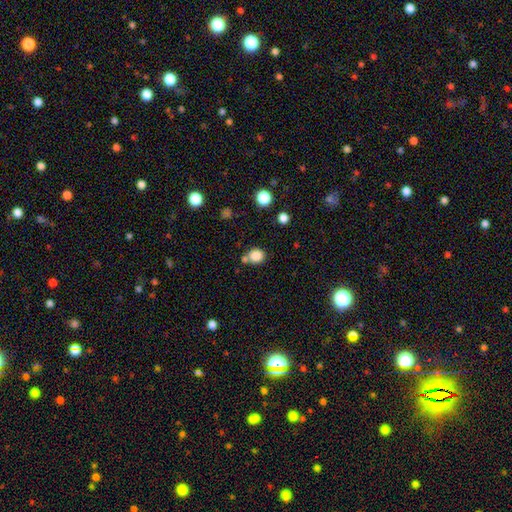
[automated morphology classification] smooth 84%, star or artifact 11%, featured or disk 5%. Down the decision tree: how rounded — round (81%); merging — none (65%).